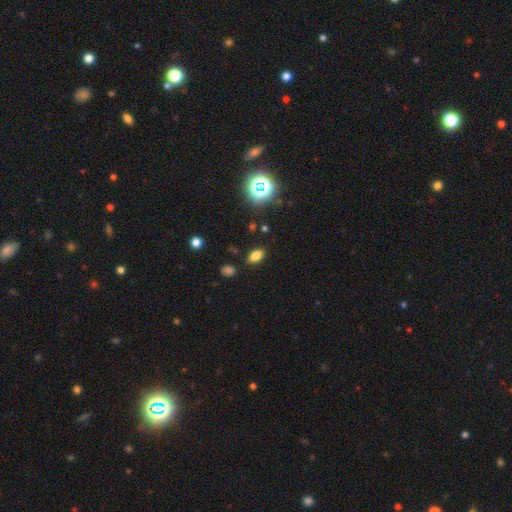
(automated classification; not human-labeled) Overall: smooth (75%). How rounded: in between (86%). Merging: none (86%).